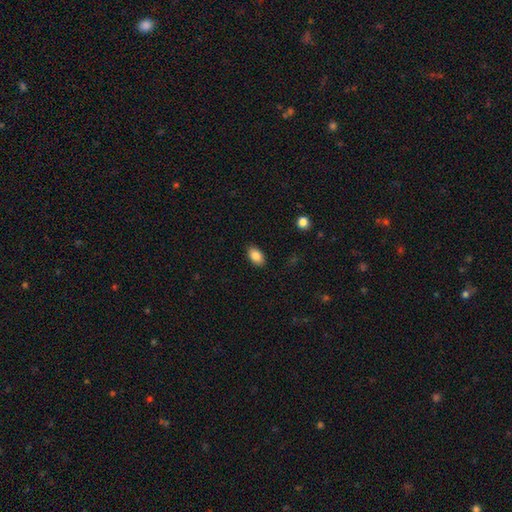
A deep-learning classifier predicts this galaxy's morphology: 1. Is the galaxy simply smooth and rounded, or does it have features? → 86% smooth, 8% star or artifact, 6% featured or disk.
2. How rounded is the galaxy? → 91% in between, 7% round, 2% cigar-shaped.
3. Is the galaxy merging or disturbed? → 87% none, 9% minor disturbance, 2% major disturbance, 1% merger.